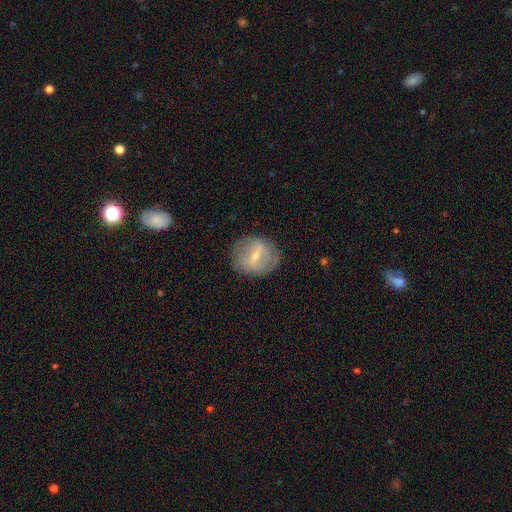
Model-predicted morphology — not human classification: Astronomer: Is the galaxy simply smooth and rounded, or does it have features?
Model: featured or disk — 62%.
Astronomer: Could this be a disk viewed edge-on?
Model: no — 93%.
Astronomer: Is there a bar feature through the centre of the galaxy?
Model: weak — 46% (runner-up: strong, 40%).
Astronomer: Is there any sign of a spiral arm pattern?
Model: no — 53% (runner-up: yes, 47%).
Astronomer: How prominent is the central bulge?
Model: small — 59% (runner-up: moderate, 36%).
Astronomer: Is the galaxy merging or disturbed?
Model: none — 76%.